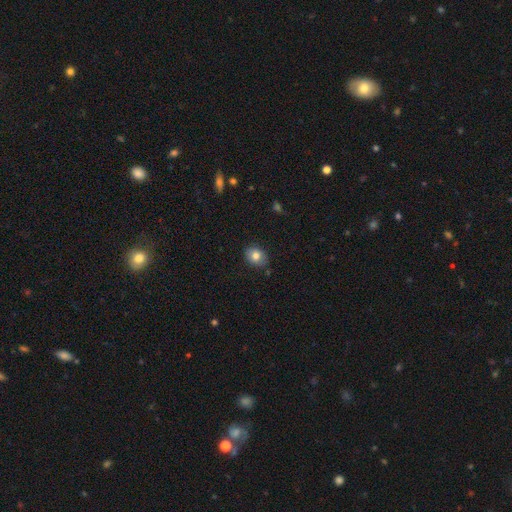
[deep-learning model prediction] Q: Smooth or featured?
A: smooth (80%); runner-up: featured or disk (11%)
Q: How rounded?
A: in between (59%); runner-up: round (40%)
Q: Merging?
A: none (83%); runner-up: minor disturbance (13%)